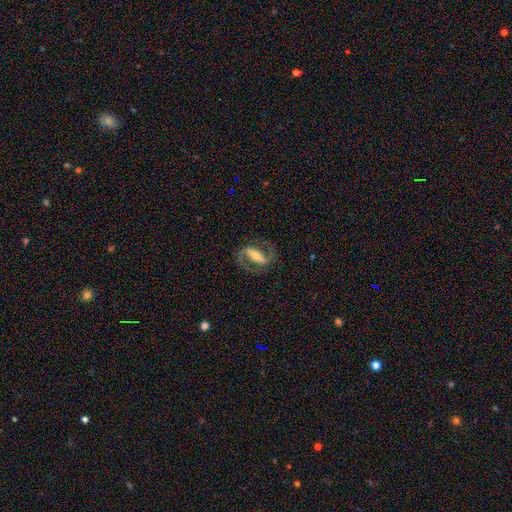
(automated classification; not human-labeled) Smooth or featured? Predicted: featured or disk (p=0.86). Edge-on disk? Predicted: no (p=0.93). Bar? Predicted: strong (p=0.68). Spiral arms? Predicted: yes (p=0.93). Spiral winding? Predicted: medium (p=0.53). Spiral arm count? Predicted: 2 (p=0.91). Bulge size? Predicted: moderate (p=0.47). Merging? Predicted: none (p=0.79).